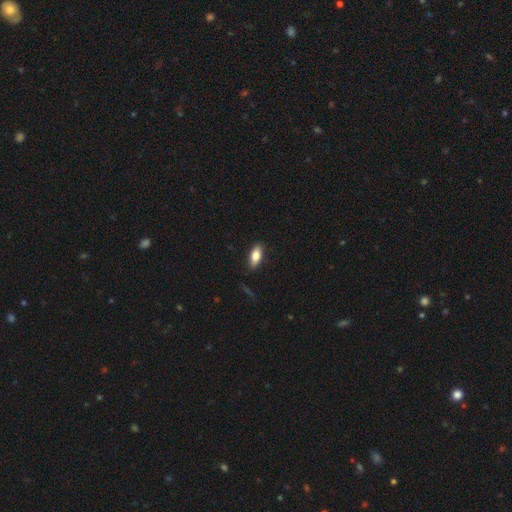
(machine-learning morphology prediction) smooth-or-featured: smooth: 80% | featured or disk: 13% | star or artifact: 6%
  how-rounded: in between: 84% | cigar-shaped: 13% | round: 3%
  merging: none: 86% | minor disturbance: 11% | major disturbance: 2% | merger: 1%